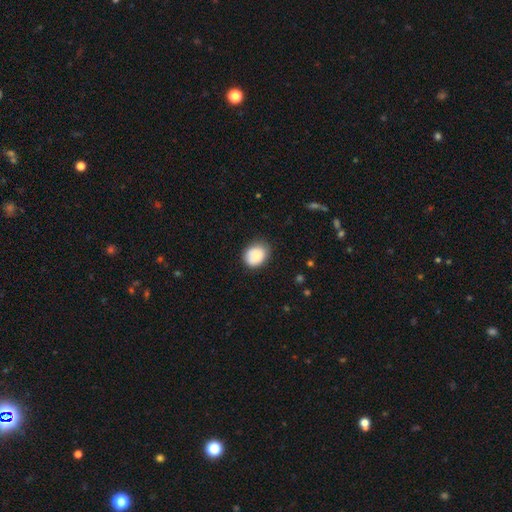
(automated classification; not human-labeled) This is clearly a smooth galaxy (82%). How rounded: possibly round (53%). Merging: likely none (74%).